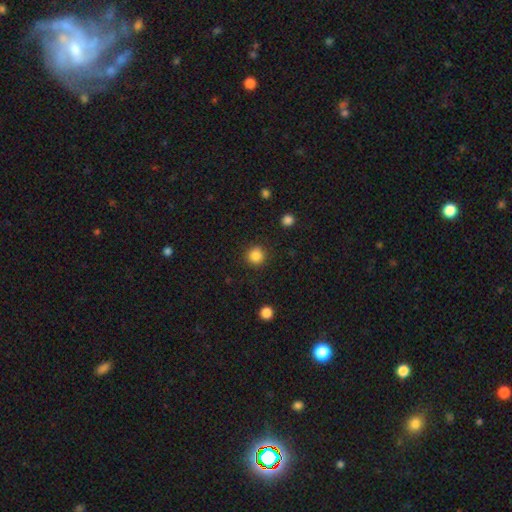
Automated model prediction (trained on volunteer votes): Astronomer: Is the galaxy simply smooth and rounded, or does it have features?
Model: smooth — 86%.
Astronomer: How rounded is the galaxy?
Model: round — 94%.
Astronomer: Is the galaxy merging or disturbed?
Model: none — 90%.